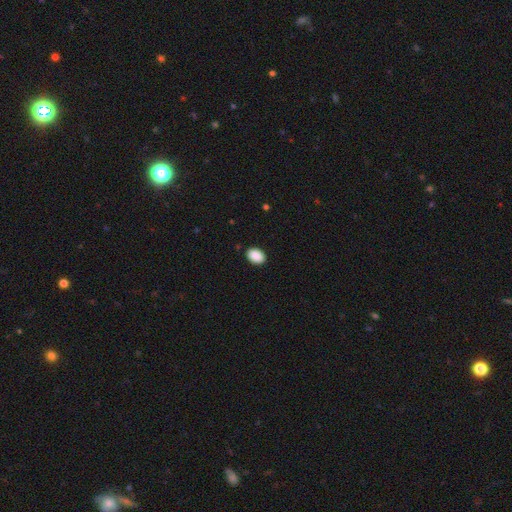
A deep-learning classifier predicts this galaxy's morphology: This is clearly a smooth galaxy (91%). How rounded: clearly in between (82%). Merging: clearly none (90%).